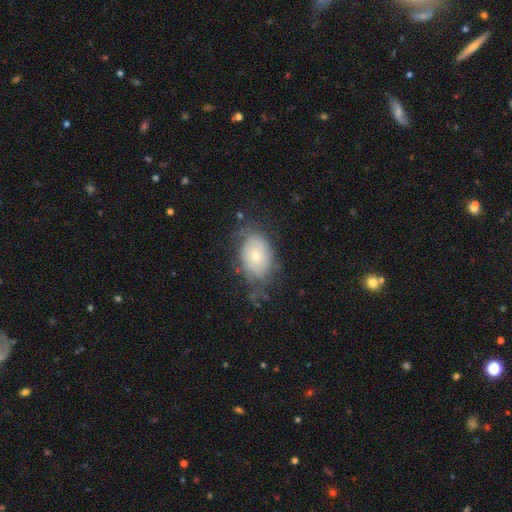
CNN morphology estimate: A smooth galaxy with no disk features (52%) that is in between round and cigar-shaped (79%).

Vote fractions:
- Smooth or featured? smooth: 52% / featured or disk: 40% / star or artifact: 8%
- How rounded? in between: 79% / round: 20% / cigar-shaped: 1%
- Merging? none: 61% / minor disturbance: 26% / major disturbance: 11% / merger: 2%